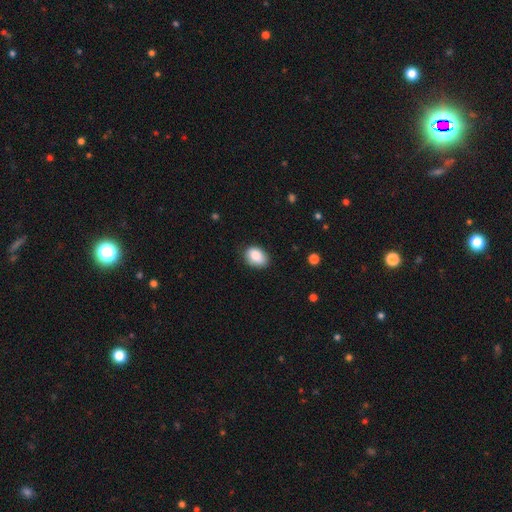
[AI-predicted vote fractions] smooth 86%, star or artifact 8%, featured or disk 6%. Down the decision tree: how rounded — in between (76%); merging — none (77%).